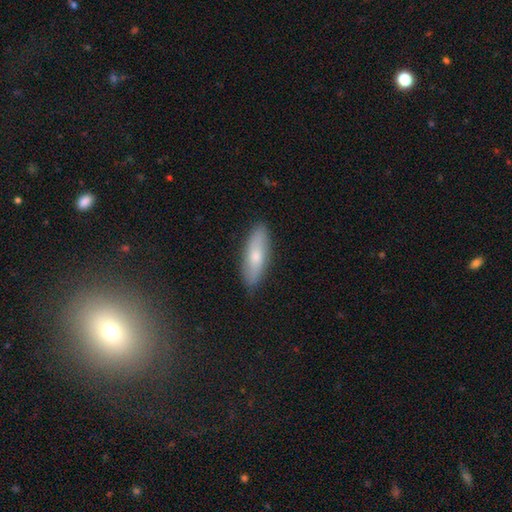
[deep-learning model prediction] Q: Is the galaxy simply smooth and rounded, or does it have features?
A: smooth — 68%.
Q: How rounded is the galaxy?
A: in between — 50%.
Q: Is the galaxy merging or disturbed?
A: none — 87%.